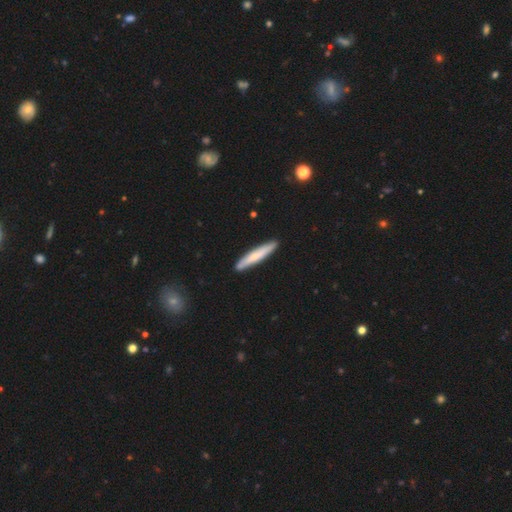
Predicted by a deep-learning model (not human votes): Smooth or featured? Predicted: smooth (p=0.59). How rounded? Predicted: cigar-shaped (p=0.93). Merging? Predicted: none (p=0.89).